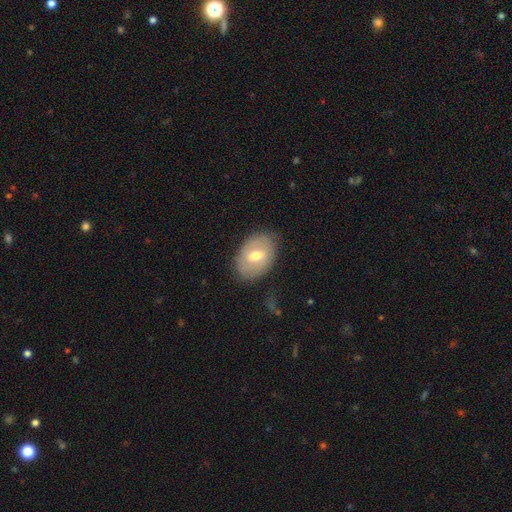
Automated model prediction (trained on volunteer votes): This is possibly a smooth galaxy (48%). Merging: clearly none (80%).